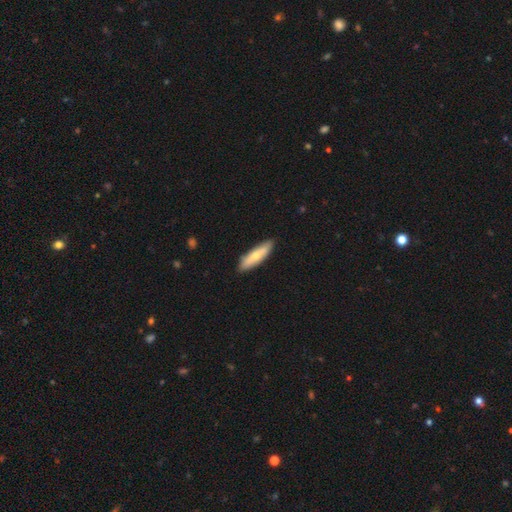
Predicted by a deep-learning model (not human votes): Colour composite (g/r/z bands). It shows a smooth galaxy with no disk features (65%) that is cigar-shaped (60%). Merging: none (87%).